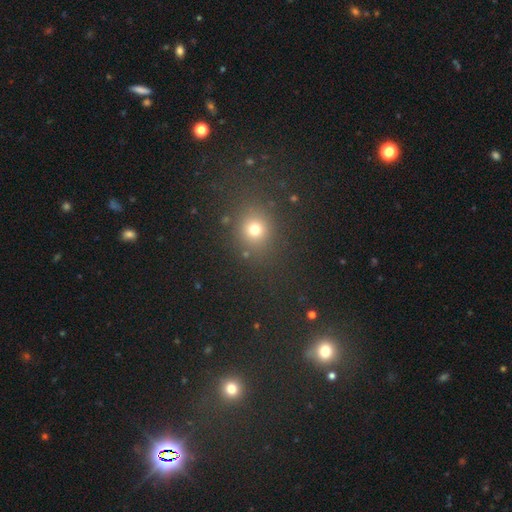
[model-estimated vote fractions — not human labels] Smooth or featured?
  - smooth: 55% *
  - star or artifact: 38%
  - featured or disk: 7%
How rounded?
  - round: 76% *
  - in between: 22%
  - cigar-shaped: 2%
Merging?
  - none: 84% *
  - minor disturbance: 9%
  - major disturbance: 5%
  - merger: 3%